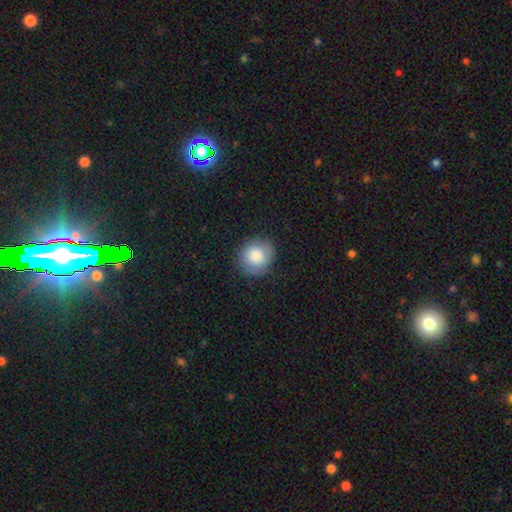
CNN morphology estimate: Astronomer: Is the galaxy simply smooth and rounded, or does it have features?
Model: smooth — 83%.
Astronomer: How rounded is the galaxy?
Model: round — 86%.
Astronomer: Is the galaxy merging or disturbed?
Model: none — 84%.